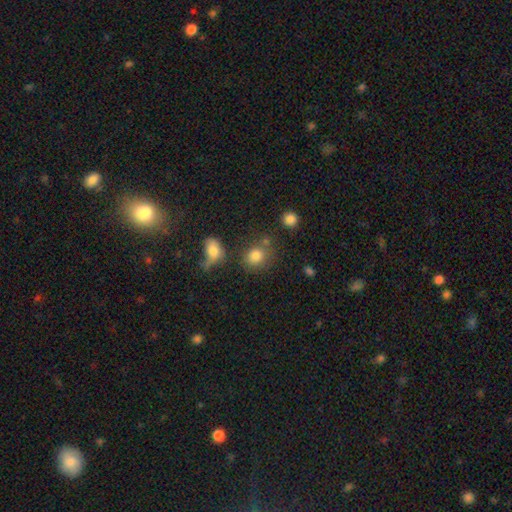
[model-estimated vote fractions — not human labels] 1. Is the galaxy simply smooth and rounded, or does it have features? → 81% smooth, 12% star or artifact, 7% featured or disk.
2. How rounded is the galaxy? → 69% round, 30% in between, 1% cigar-shaped.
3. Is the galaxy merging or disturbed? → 61% none, 18% merger, 14% minor disturbance, 7% major disturbance.